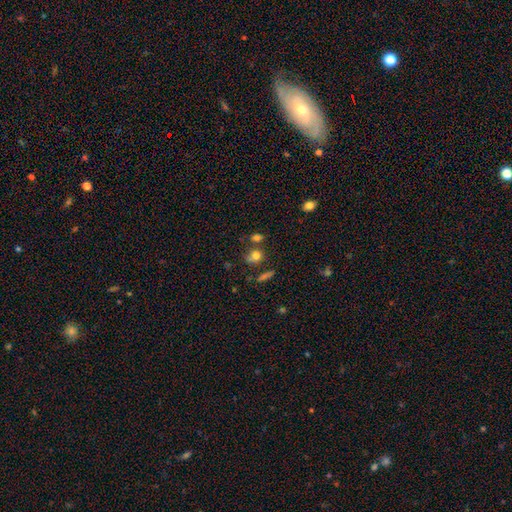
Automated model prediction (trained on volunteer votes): Smooth or featured? smooth (75%)
How rounded? round (61%)
Merging? none (56%)